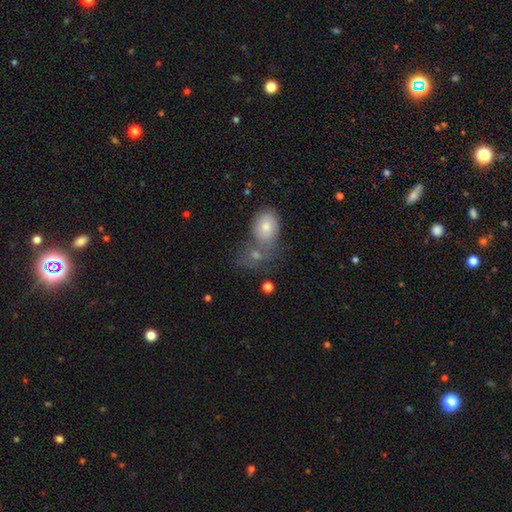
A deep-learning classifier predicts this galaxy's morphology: Smooth or featured? Predicted: smooth (p=0.63). How rounded? Predicted: in between (p=0.60). Merging? Predicted: merger (p=0.45).